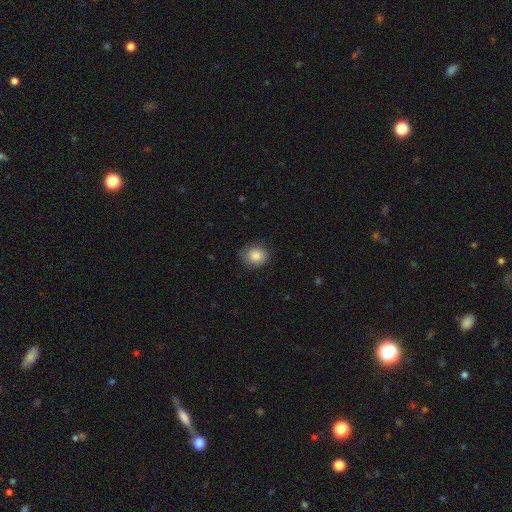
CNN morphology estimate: This is clearly a smooth galaxy (86%). How rounded: likely round (70%). Merging: clearly none (81%).